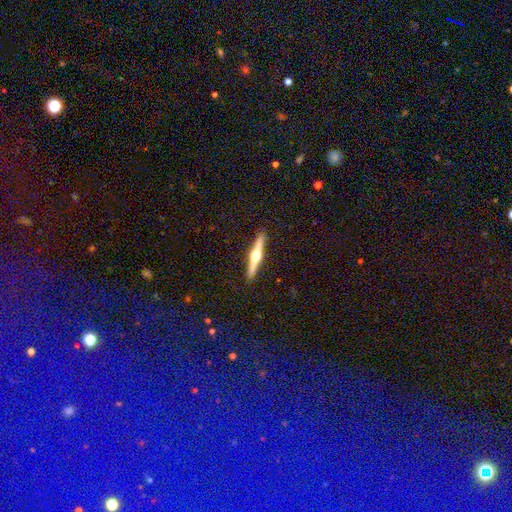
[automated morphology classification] smooth_or_featured: featured or disk (p=0.72) [alt: smooth p=0.24]
disk_edge_on: yes (p=0.98) [alt: no p=0.02]
edge_on_bulge: rounded (p=0.95) [alt: boxy p=0.02]
merging: none (p=0.92) [alt: minor disturbance p=0.06]